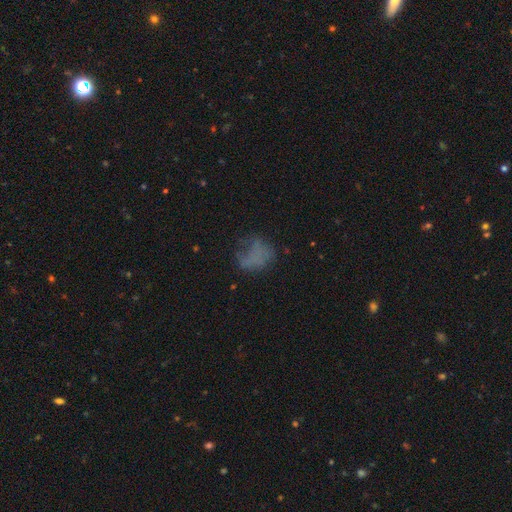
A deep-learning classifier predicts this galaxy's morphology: Overall: smooth (50%; featured or disk 30%). Merging: none (42%; major disturbance 32%).